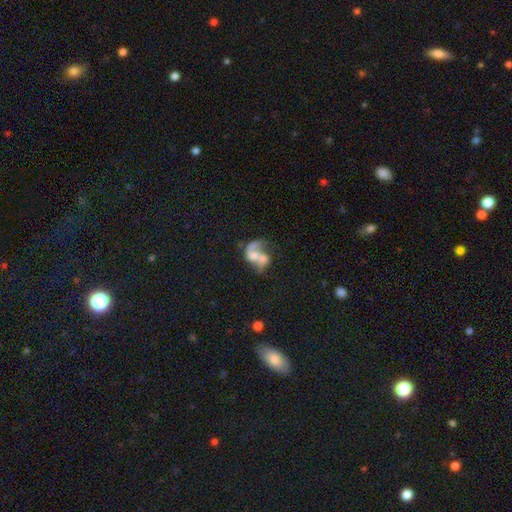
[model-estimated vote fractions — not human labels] Smooth or featured? featured or disk (59%)
Edge-on disk? no (97%)
Bar? no (69%)
Spiral arms? yes (66%)
Bulge size? moderate (39%)
Merging? merger (59%)